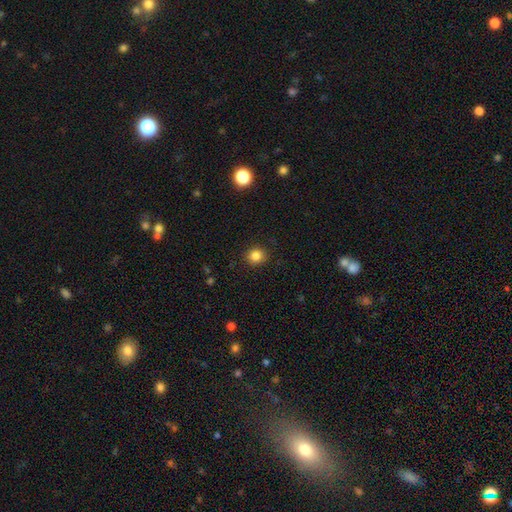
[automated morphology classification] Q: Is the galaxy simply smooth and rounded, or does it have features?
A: smooth — 84%.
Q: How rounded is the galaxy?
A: round — 88%.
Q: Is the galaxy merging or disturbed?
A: none — 91%.